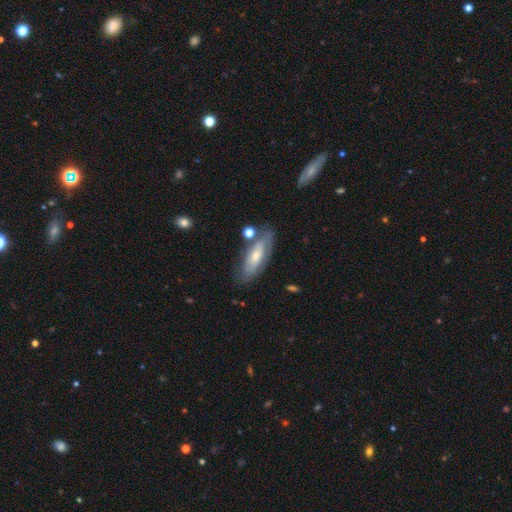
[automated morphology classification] This is possibly a featured or disk galaxy (48%). Merging: likely none (67%).